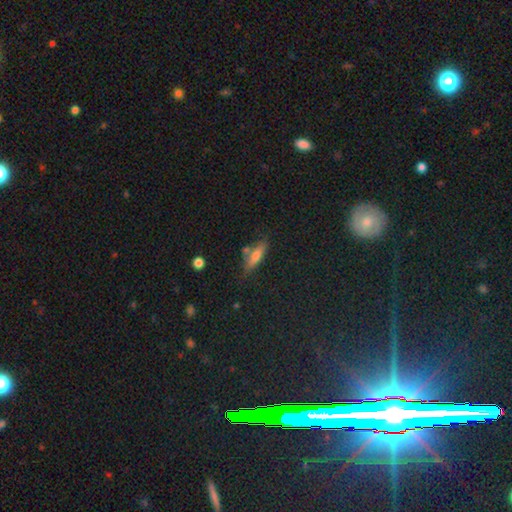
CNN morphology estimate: The model was most divided on "how rounded": cigar-shaped: 60%, in between: 36%, round: 4%. More confident: merging — none (69%); smooth or featured — smooth (60%).